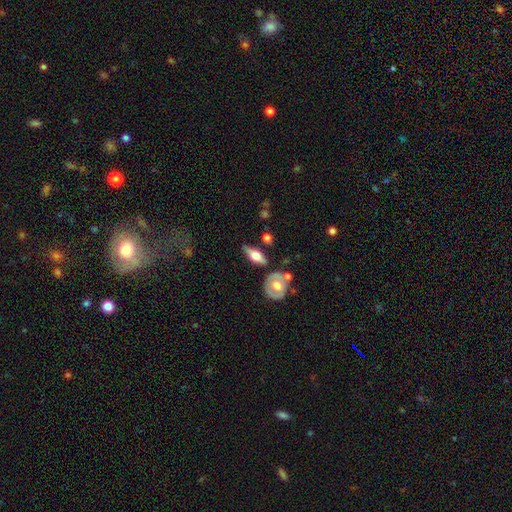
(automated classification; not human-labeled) A featured or disk galaxy (51%) viewed edge-on (84%).

Vote fractions:
- Smooth or featured? featured or disk: 51% / smooth: 43% / star or artifact: 6%
- Edge-on disk? yes: 84% / no: 16%
- Merging? none: 67% / minor disturbance: 19% / merger: 8% / major disturbance: 6%